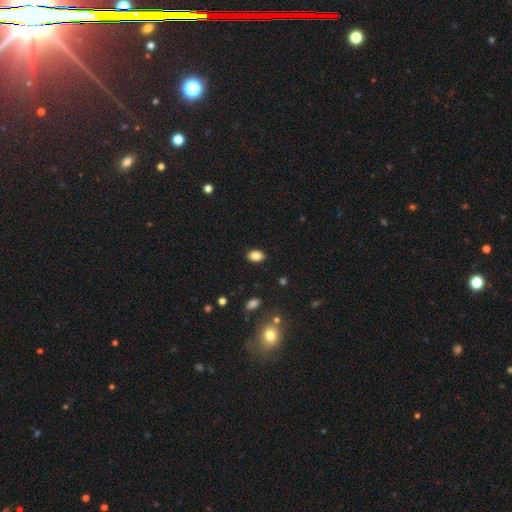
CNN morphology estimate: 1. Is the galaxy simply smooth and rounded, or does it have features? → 85% smooth, 10% star or artifact, 6% featured or disk.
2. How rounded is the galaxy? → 85% in between, 14% round, 1% cigar-shaped.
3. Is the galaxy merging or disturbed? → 88% none, 8% minor disturbance, 2% major disturbance, 1% merger.